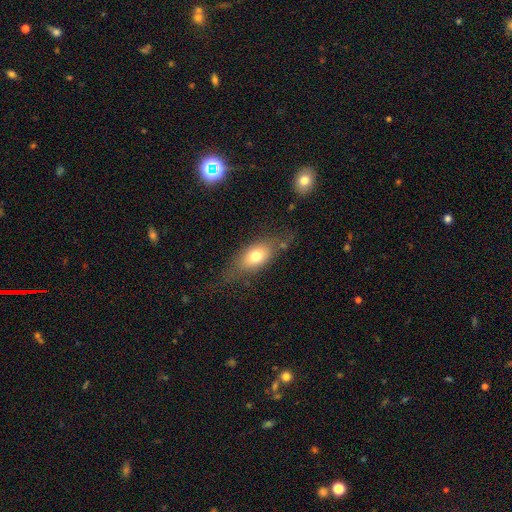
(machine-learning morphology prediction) smooth_or_featured: smooth (p=0.68) [alt: featured or disk p=0.24]
how_rounded: in between (p=0.78) [alt: cigar-shaped p=0.11]
merging: none (p=0.65) [alt: minor disturbance p=0.22]